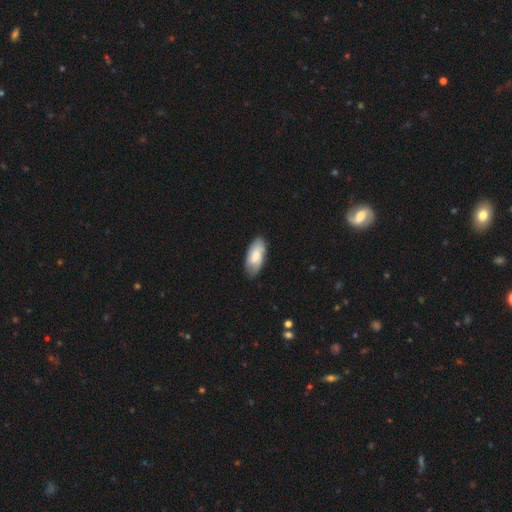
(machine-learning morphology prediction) A smooth galaxy with no disk features (75%) that is in between round and cigar-shaped (90%). Merging: none (79%).